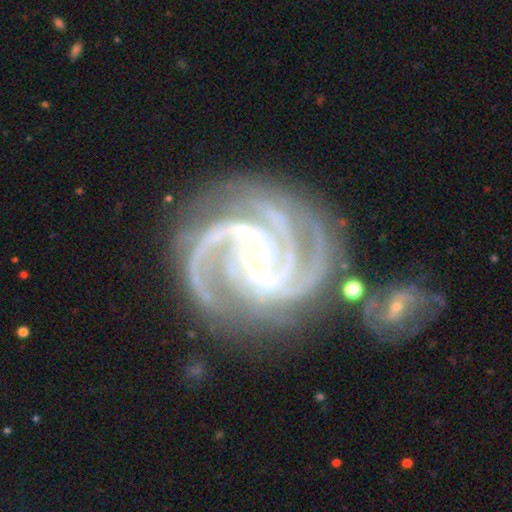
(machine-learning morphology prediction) Smooth or featured: featured or disk — 94% (star or artifact — 4%)
Edge-on disk: no — 98% (yes — 2%)
Bar: no — 40% (weak — 33%)
Spiral arms: yes — 99% (no — 1%)
Spiral winding: tight — 57% (medium — 39%)
Spiral arm count: 3 — 52% (4 — 22%)
Bulge size: small — 67% (moderate — 30%)
Merging: none — 73% (minor disturbance — 16%)